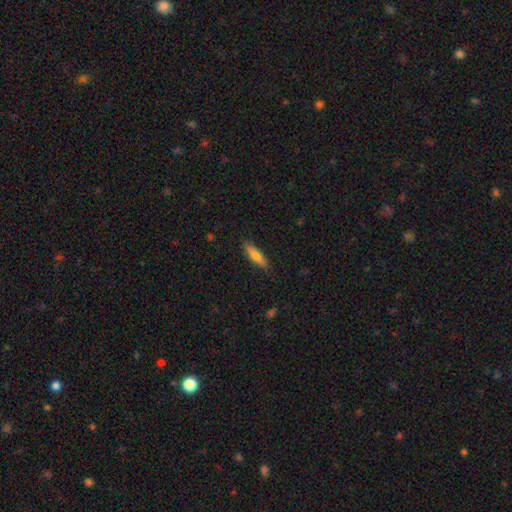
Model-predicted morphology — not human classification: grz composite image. It shows a smooth galaxy with no disk features (69%) that is cigar-shaped (74%). Merging: none (87%).